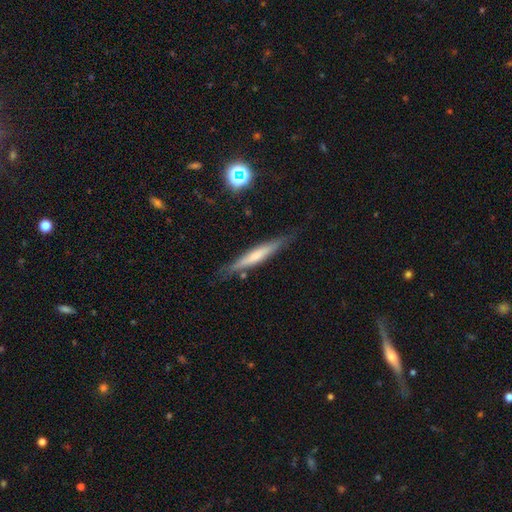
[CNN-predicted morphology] Smooth or featured? Predicted: smooth (p=0.51). How rounded? Predicted: cigar-shaped (p=0.93). Merging? Predicted: none (p=0.81).